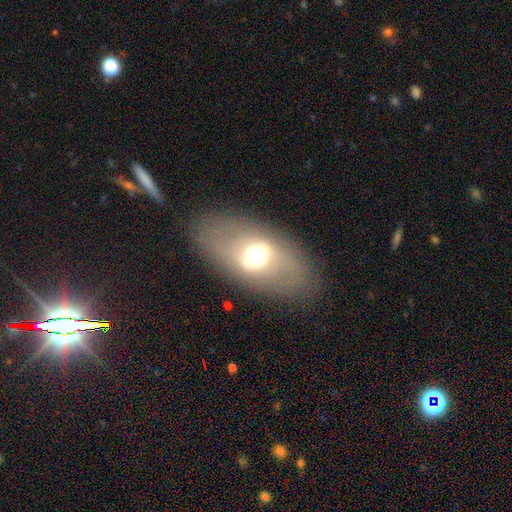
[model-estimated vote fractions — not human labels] The model was most divided on "smooth or featured": featured or disk: 46%, smooth: 43%, star or artifact: 11%. More confident: merging — none (79%).